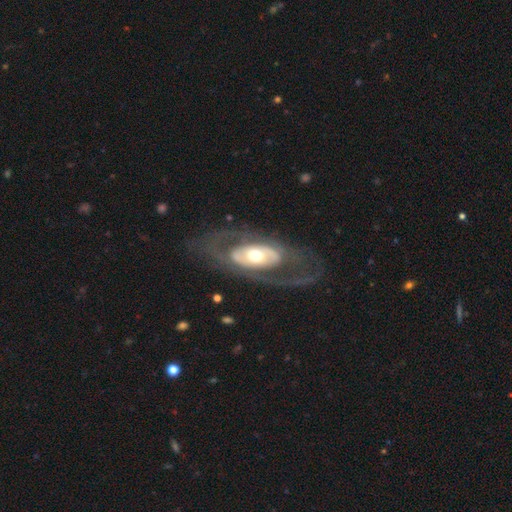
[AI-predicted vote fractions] Q: Smooth or featured?
A: featured or disk (74%); runner-up: smooth (21%)
Q: Edge-on disk?
A: no (90%); runner-up: yes (10%)
Q: Bar?
A: no (74%); runner-up: weak (16%)
Q: Spiral arms?
A: no (51%); runner-up: yes (49%)
Q: Bulge size?
A: moderate (65%); runner-up: large (23%)
Q: Merging?
A: none (69%); runner-up: major disturbance (17%)